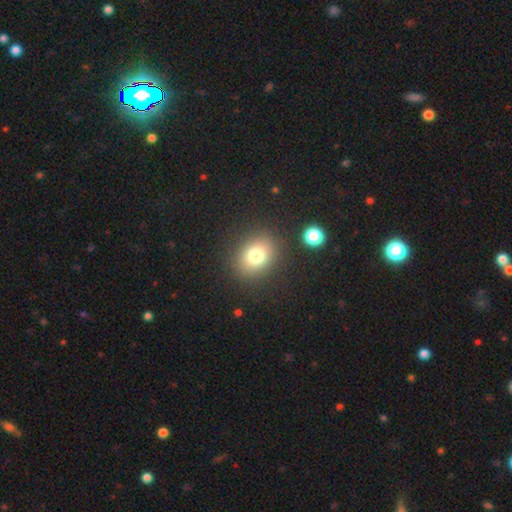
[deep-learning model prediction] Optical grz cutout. It shows a smooth galaxy with no disk features (76%) that is round (56%). Merging: none (86%).